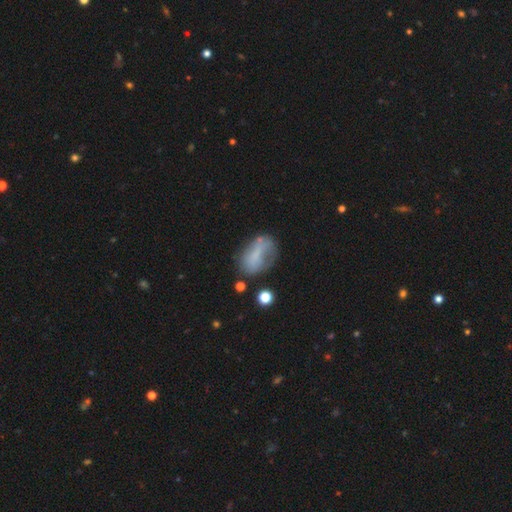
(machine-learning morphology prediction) type=smooth (61%); roundness=in between (85%); merging=none (42%).